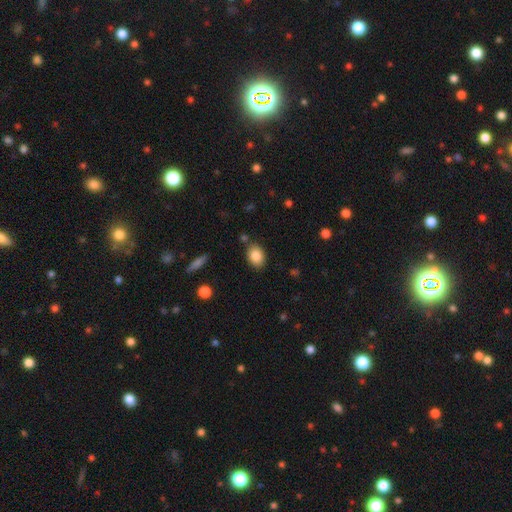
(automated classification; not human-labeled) Smooth or featured? Predicted: smooth (p=0.85). How rounded? Predicted: in between (p=0.73). Merging? Predicted: none (p=0.82).